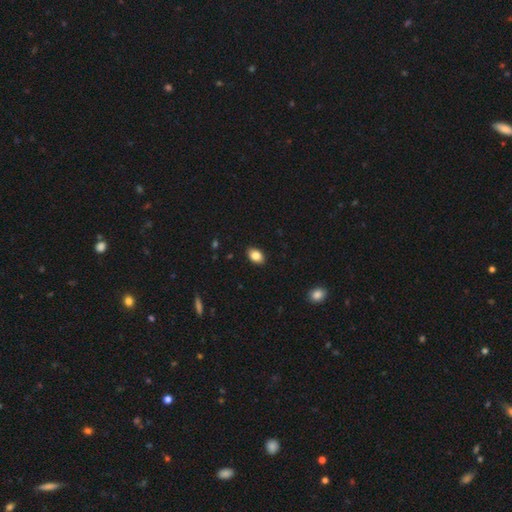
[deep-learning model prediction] Smooth or featured?
  - smooth: 84% *
  - star or artifact: 8%
  - featured or disk: 8%
How rounded?
  - in between: 86% *
  - round: 12%
  - cigar-shaped: 1%
Merging?
  - none: 89% *
  - minor disturbance: 8%
  - major disturbance: 2%
  - merger: 1%